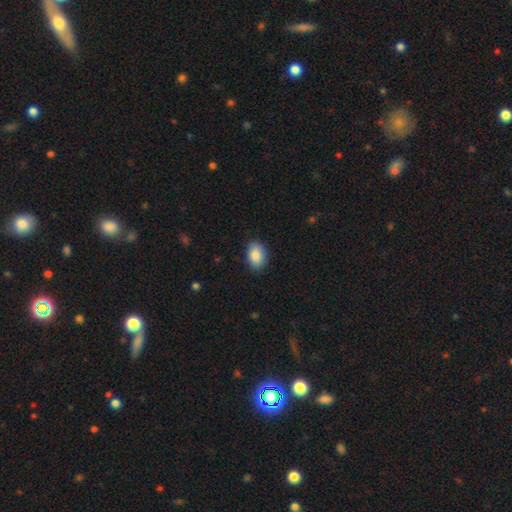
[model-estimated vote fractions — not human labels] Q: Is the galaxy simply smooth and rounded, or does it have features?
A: smooth — 88%.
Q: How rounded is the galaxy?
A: in between — 85%.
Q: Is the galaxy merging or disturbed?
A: none — 86%.